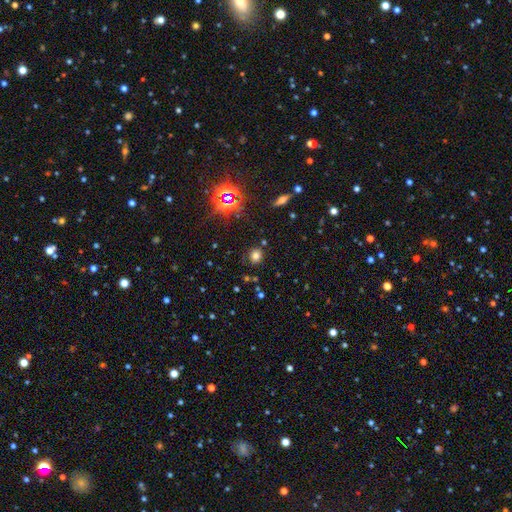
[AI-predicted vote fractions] A smooth galaxy with no disk features (70%) that is round (82%). Merging: none (83%).